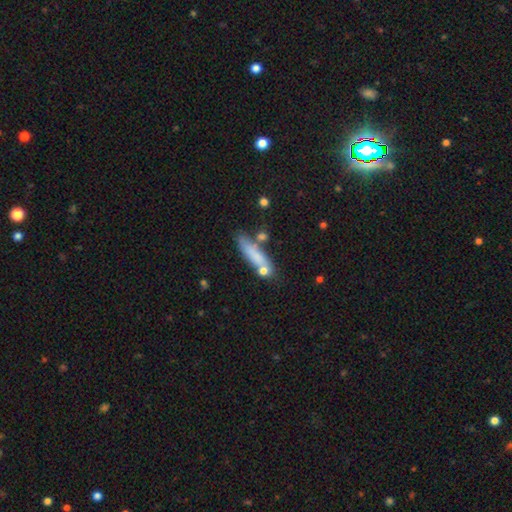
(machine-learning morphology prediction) smooth_or_featured: smooth (p=0.72) [alt: featured or disk p=0.19]
how_rounded: cigar-shaped (p=0.72) [alt: in between p=0.25]
merging: none (p=0.62) [alt: minor disturbance p=0.19]